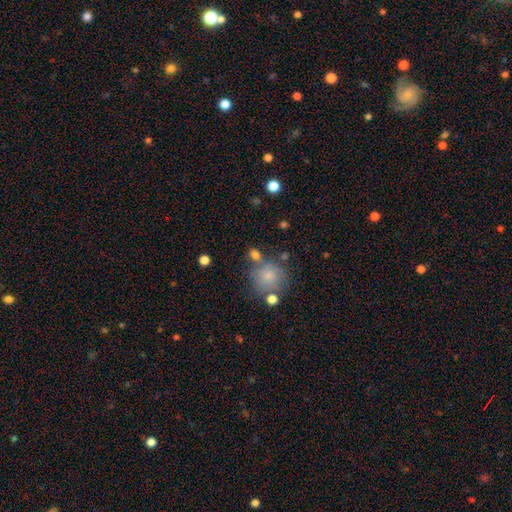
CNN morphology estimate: Q: Smooth or featured?
A: smooth (75%); runner-up: featured or disk (13%)
Q: How rounded?
A: round (86%); runner-up: in between (13%)
Q: Merging?
A: none (63%); runner-up: merger (16%)